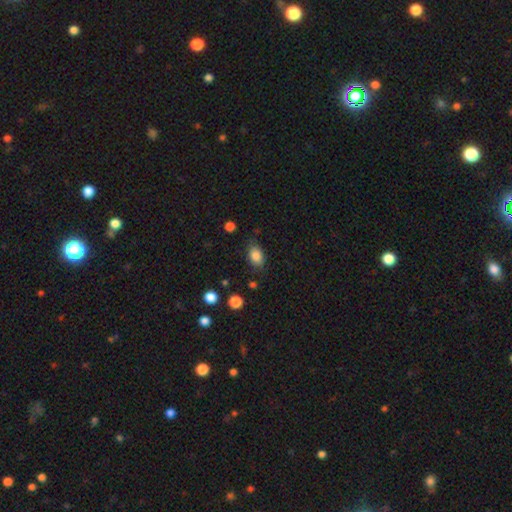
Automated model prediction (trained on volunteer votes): Smooth or featured?
  - smooth: 84% *
  - star or artifact: 9%
  - featured or disk: 7%
How rounded?
  - in between: 80% *
  - round: 18%
  - cigar-shaped: 2%
Merging?
  - none: 77% *
  - minor disturbance: 17%
  - major disturbance: 4%
  - merger: 2%